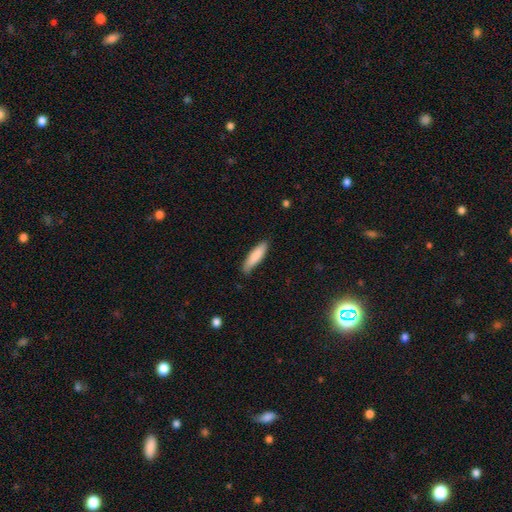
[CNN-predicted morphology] Smooth or featured: smooth — 84% (featured or disk — 10%)
How rounded: cigar-shaped — 70% (in between — 29%)
Merging: none — 81% (minor disturbance — 15%)